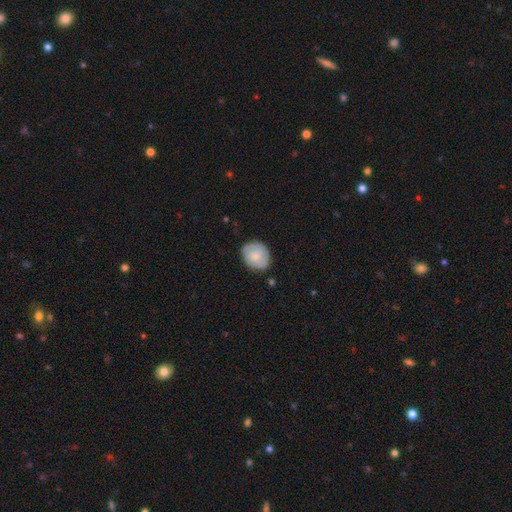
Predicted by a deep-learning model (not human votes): Smooth or featured? smooth (69%)
How rounded? round (57%)
Merging? none (77%)